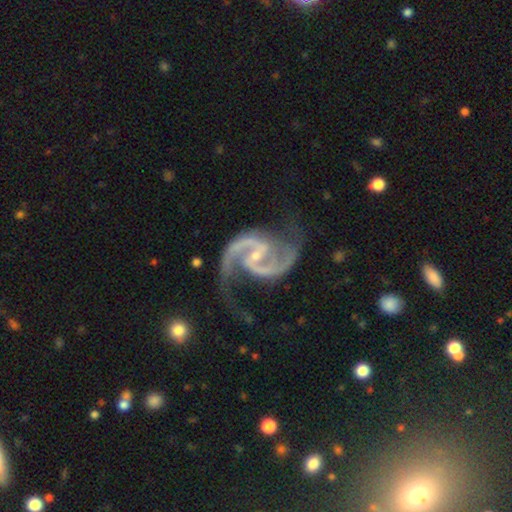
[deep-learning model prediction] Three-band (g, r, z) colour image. It shows a featured or disk galaxy (95%) with a weak bar (44%), 2 (94%) medium (64%) spiral arms (99%) and a small central bulge (73%). Merging: none (65%).